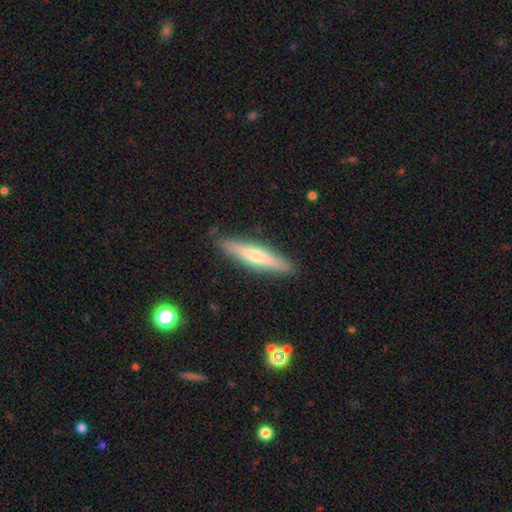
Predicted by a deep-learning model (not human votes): smooth-or-featured: smooth: 51% | featured or disk: 43% | star or artifact: 6%
  how-rounded: cigar-shaped: 86% | in between: 13% | round: 1%
  merging: none: 87% | minor disturbance: 9% | major disturbance: 2% | merger: 1%